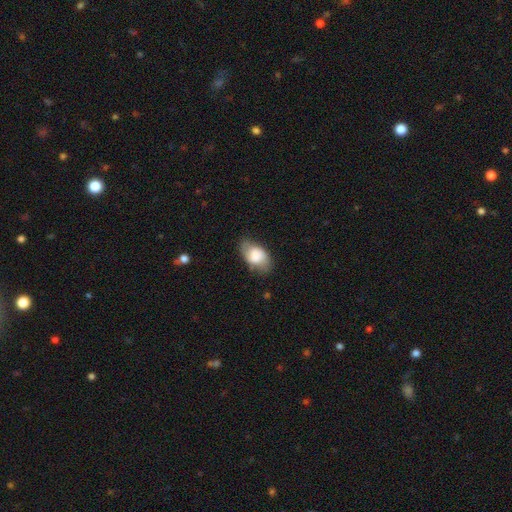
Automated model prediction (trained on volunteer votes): smooth_or_featured: smooth (p=0.70) [alt: featured or disk p=0.22]
how_rounded: in between (p=0.91) [alt: round p=0.08]
merging: none (p=0.68) [alt: minor disturbance p=0.24]